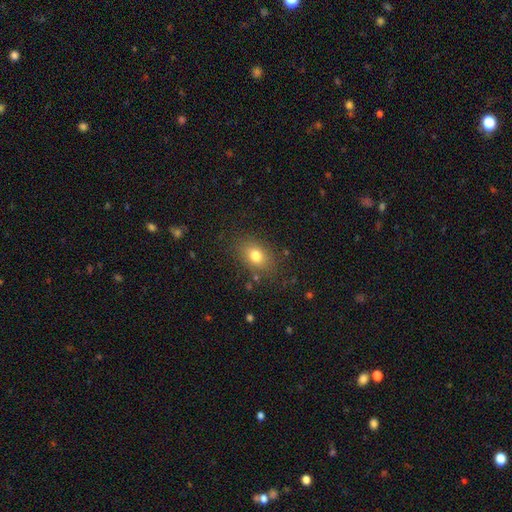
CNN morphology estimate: smooth 78%, star or artifact 11%, featured or disk 10%. Down the decision tree: how rounded — in between (73%); merging — none (82%).